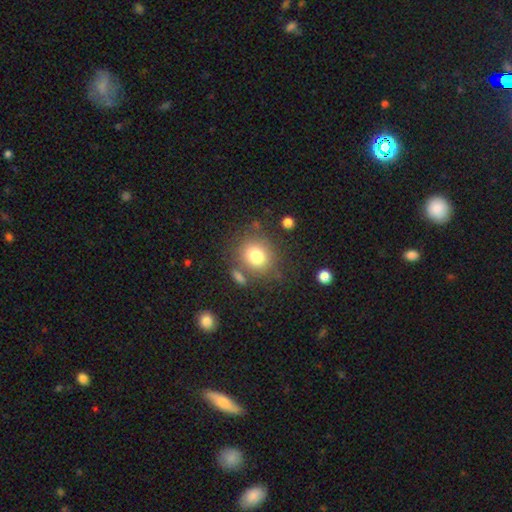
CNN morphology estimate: smooth 79%, star or artifact 11%, featured or disk 10%. Down the decision tree: how rounded — round (79%); merging — none (73%).